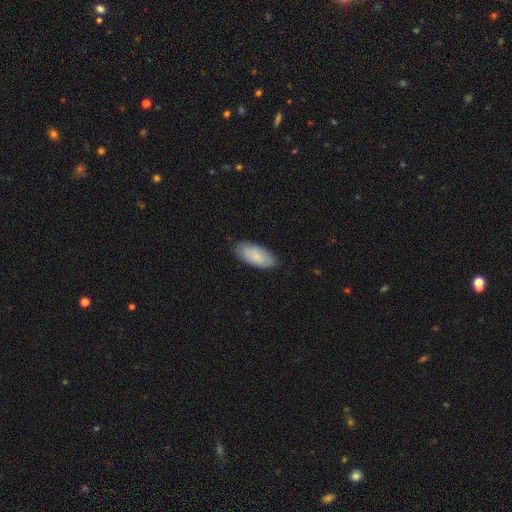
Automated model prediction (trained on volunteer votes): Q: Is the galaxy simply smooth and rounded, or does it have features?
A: smooth — 85%.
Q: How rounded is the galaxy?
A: in between — 89%.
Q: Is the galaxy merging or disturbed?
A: none — 84%.